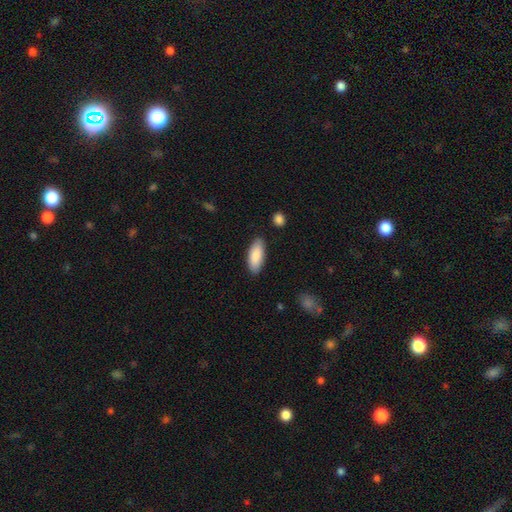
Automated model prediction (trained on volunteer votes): Smooth or featured?
  - smooth: 87% *
  - featured or disk: 8%
  - star or artifact: 5%
How rounded?
  - in between: 79% *
  - cigar-shaped: 20%
  - round: 2%
Merging?
  - none: 86% *
  - minor disturbance: 10%
  - major disturbance: 2%
  - merger: 2%